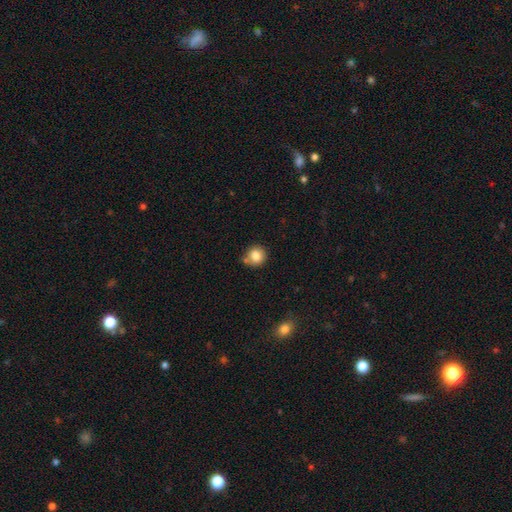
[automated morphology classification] A smooth galaxy with no disk features (81%) that is round (86%).

Vote fractions:
- Smooth or featured? smooth: 81% / star or artifact: 10% / featured or disk: 9%
- How rounded? round: 86% / in between: 13% / cigar-shaped: 1%
- Merging? none: 67% / minor disturbance: 18% / merger: 11% / major disturbance: 4%